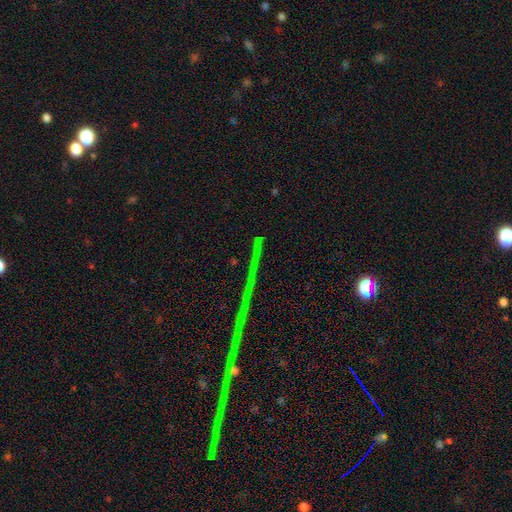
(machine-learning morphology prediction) type=star or artifact (80%).